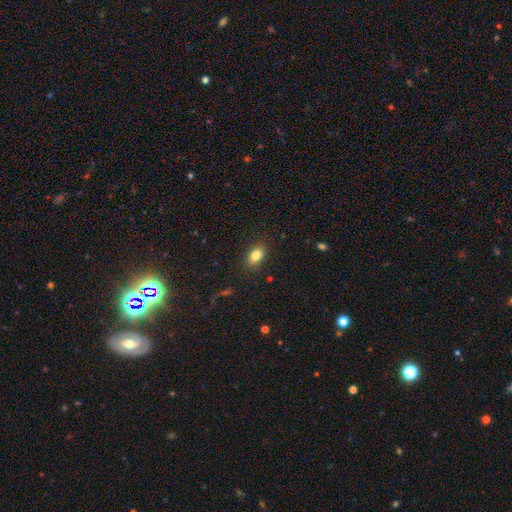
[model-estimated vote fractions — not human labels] Smooth or featured? Predicted: smooth (p=0.83). How rounded? Predicted: in between (p=0.85). Merging? Predicted: none (p=0.86).